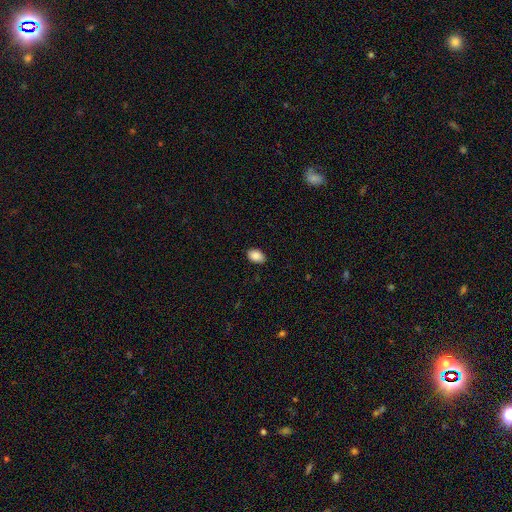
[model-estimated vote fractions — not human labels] Smooth or featured? Predicted: smooth (p=0.89). How rounded? Predicted: in between (p=0.88). Merging? Predicted: none (p=0.88).